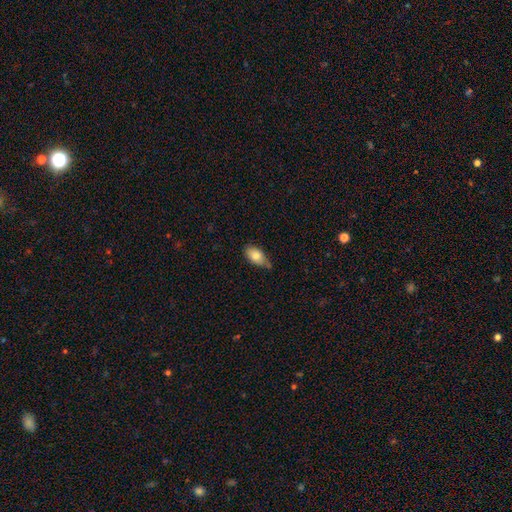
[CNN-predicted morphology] A smooth galaxy with no disk features (80%) that is in between round and cigar-shaped (91%).

Vote fractions:
- Smooth or featured? smooth: 80% / featured or disk: 12% / star or artifact: 7%
- How rounded? in between: 91% / round: 6% / cigar-shaped: 3%
- Merging? none: 59% / minor disturbance: 29% / merger: 7% / major disturbance: 5%